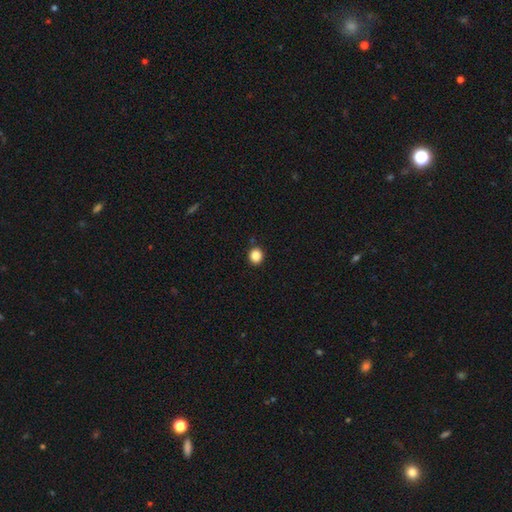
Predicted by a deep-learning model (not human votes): Overall: smooth (86%). How rounded: round (85%). Merging: none (90%).